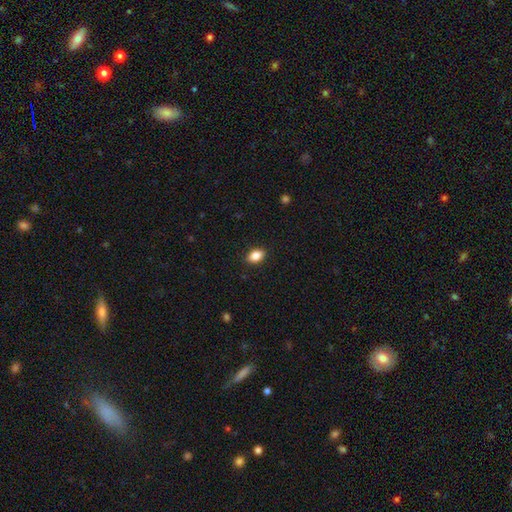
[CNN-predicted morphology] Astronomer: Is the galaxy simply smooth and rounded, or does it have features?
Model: smooth — 87%.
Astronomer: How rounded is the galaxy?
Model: in between — 84%.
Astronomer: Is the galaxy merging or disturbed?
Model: none — 90%.